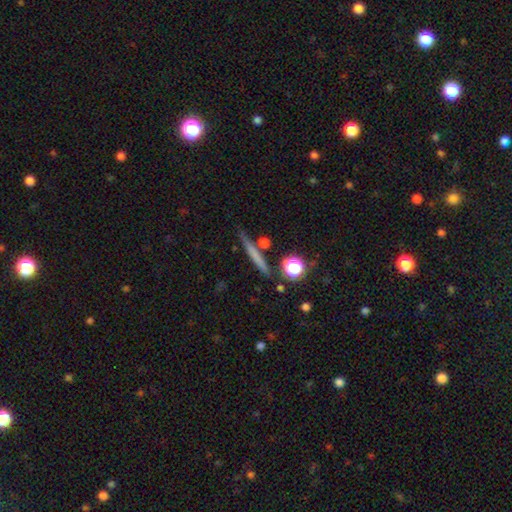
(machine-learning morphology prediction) smooth 57%, featured or disk 33%, star or artifact 10%. Down the decision tree: how rounded — cigar-shaped (88%); merging — none (82%).